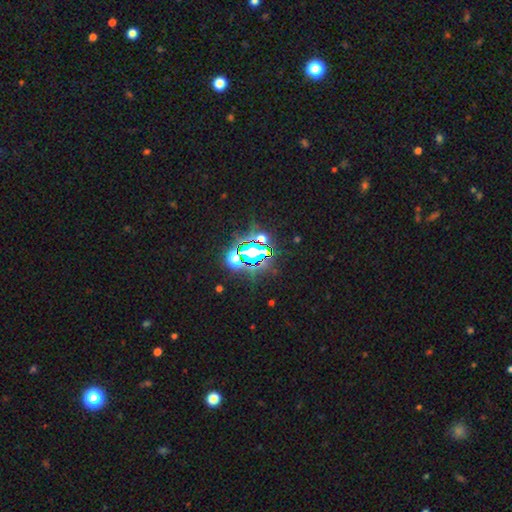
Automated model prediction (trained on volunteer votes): A star or artifact, not a galaxy (74%).

Vote fractions:
- Smooth or featured? star or artifact: 74% / smooth: 15% / featured or disk: 11%